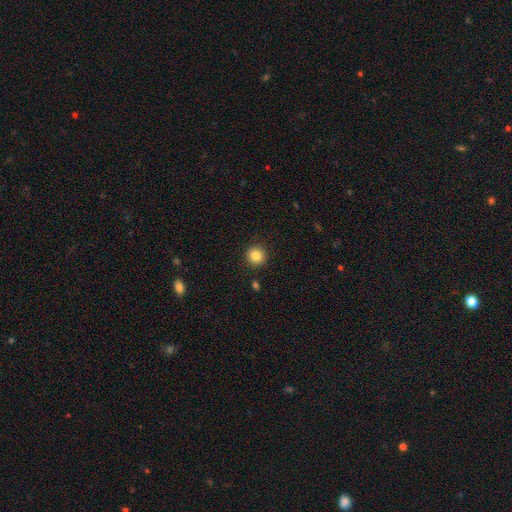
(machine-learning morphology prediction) smooth_or_featured: smooth (p=0.84) [alt: star or artifact p=0.10]
how_rounded: round (p=0.93) [alt: in between p=0.06]
merging: none (p=0.91) [alt: minor disturbance p=0.05]